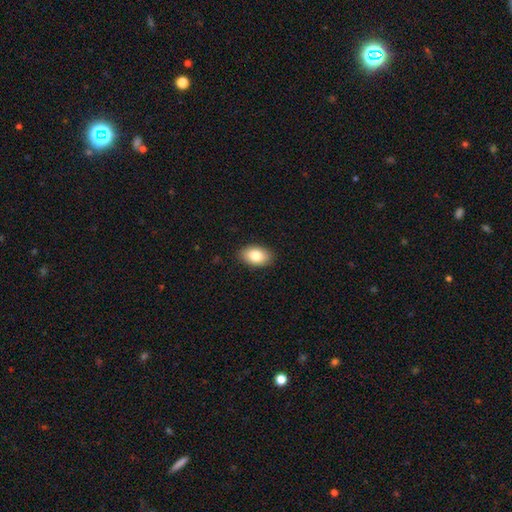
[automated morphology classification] This is clearly a smooth galaxy (83%). How rounded: clearly in between (89%). Merging: clearly none (89%).